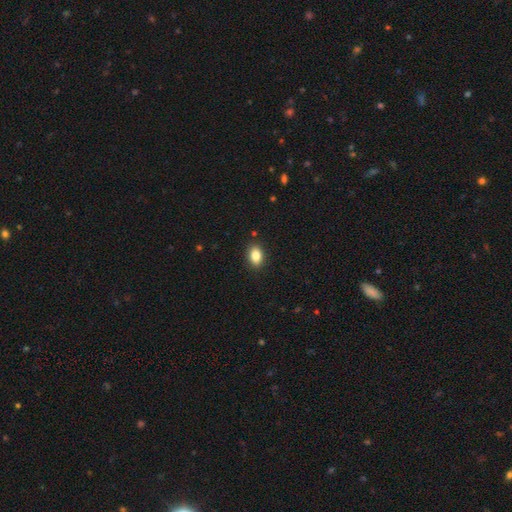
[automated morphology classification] Q: Smooth or featured?
A: smooth (84%); runner-up: star or artifact (9%)
Q: How rounded?
A: in between (84%); runner-up: round (14%)
Q: Merging?
A: none (89%); runner-up: minor disturbance (8%)